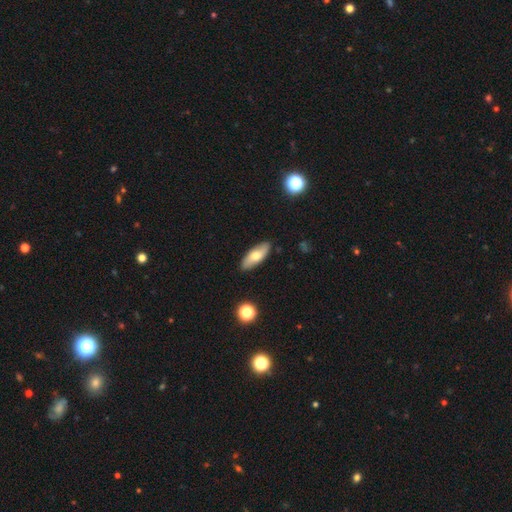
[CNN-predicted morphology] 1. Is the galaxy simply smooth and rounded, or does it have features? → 63% smooth, 30% featured or disk, 7% star or artifact.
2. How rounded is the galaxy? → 74% in between, 23% cigar-shaped, 3% round.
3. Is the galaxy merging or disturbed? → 88% none, 9% minor disturbance, 2% major disturbance, 1% merger.